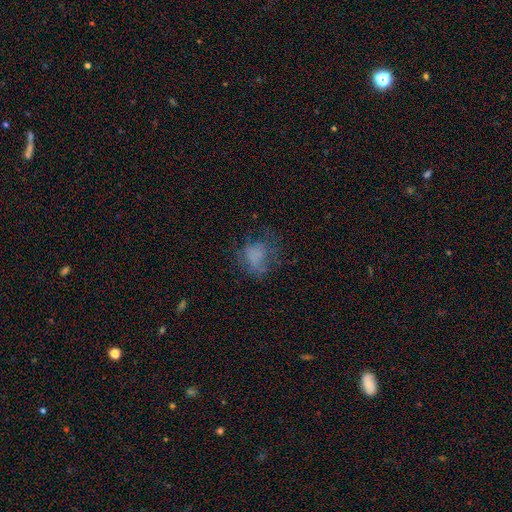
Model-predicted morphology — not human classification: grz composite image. It shows a smooth galaxy with no disk features (57%) that is round (57%). Merging: none (49%).